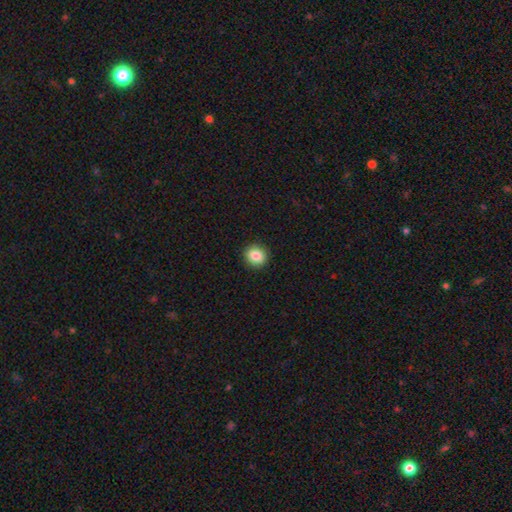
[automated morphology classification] Smooth or featured? Predicted: smooth (p=0.84). How rounded? Predicted: round (p=0.86). Merging? Predicted: none (p=0.92).